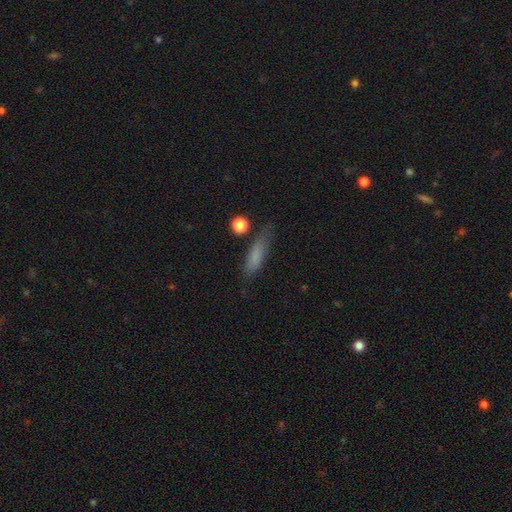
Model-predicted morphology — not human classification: This appears to be a smooth galaxy with no disk features (76%) that is cigar-shaped (61%). Merging: none (69%).